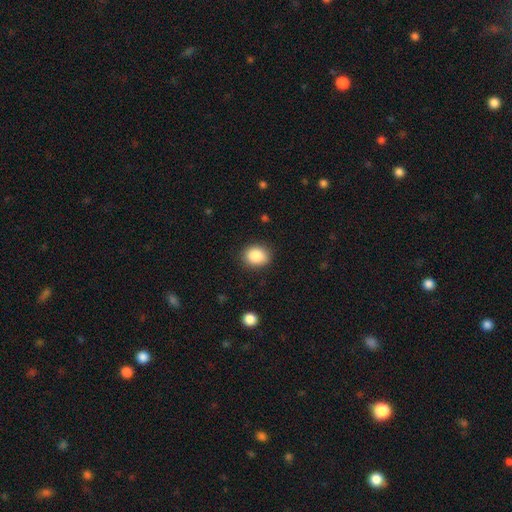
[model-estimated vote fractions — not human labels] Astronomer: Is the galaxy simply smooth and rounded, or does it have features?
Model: smooth — 87%.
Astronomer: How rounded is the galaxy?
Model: round — 57% (runner-up: in between, 42%).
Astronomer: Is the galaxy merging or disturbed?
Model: none — 86%.